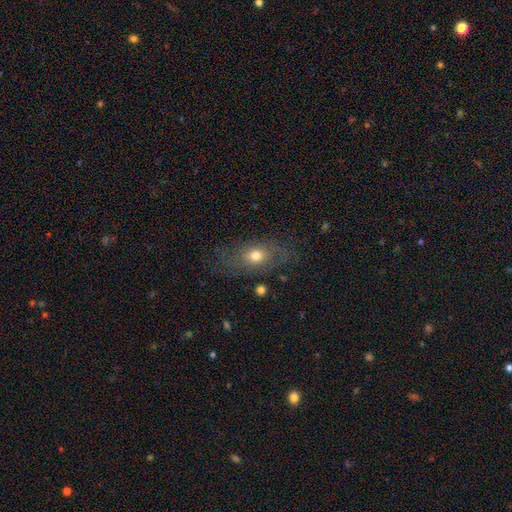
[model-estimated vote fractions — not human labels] This appears to be a smooth galaxy with no disk features (61%) that is in between round and cigar-shaped (75%). Merging: none (72%).